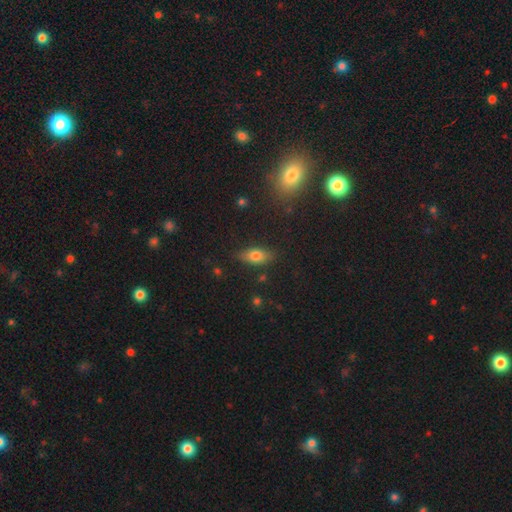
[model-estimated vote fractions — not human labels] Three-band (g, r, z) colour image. It shows a smooth galaxy with no disk features (69%) that is in between round and cigar-shaped (79%). Merging: none (81%).